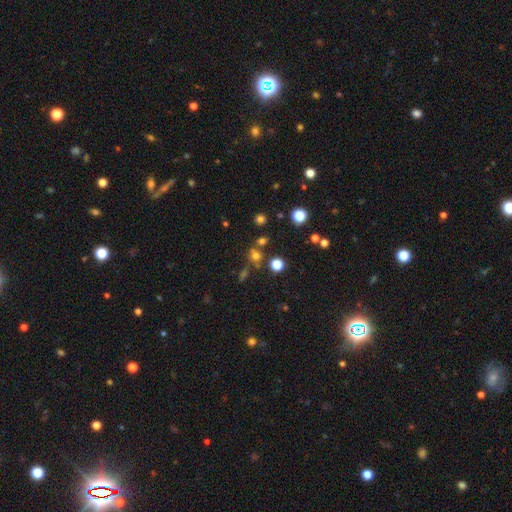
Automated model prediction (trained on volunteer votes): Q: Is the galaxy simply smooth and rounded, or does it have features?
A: smooth — 58%.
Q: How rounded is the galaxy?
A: round — 80%.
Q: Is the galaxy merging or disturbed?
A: none — 62%.